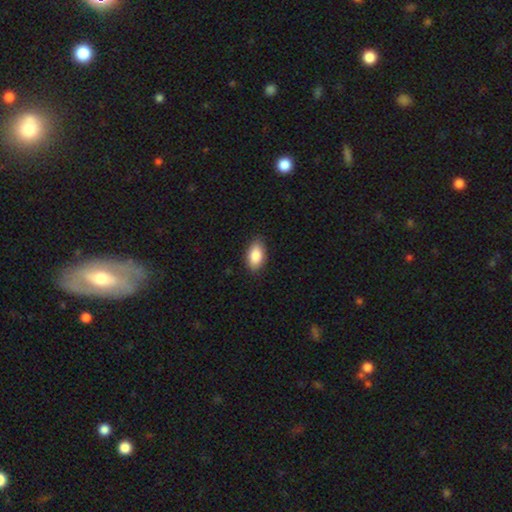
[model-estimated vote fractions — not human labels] The model was most divided on "merging": none: 86%, minor disturbance: 11%, major disturbance: 2%, merger: 1%. More confident: how rounded — in between (93%); smooth or featured — smooth (87%).